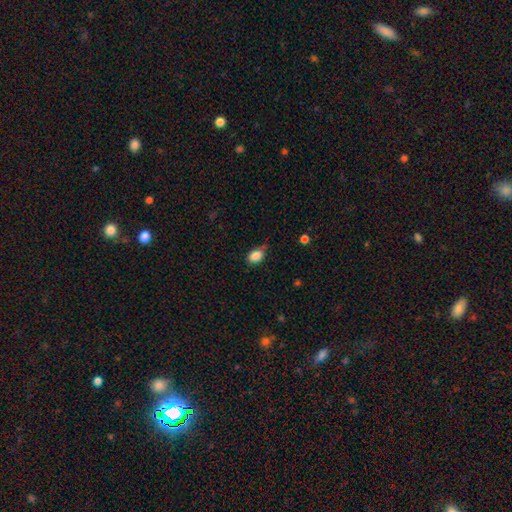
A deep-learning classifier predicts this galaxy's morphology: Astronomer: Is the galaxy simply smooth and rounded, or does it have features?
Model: smooth — 86%.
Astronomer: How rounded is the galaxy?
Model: in between — 82%.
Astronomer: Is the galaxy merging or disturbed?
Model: none — 59%.